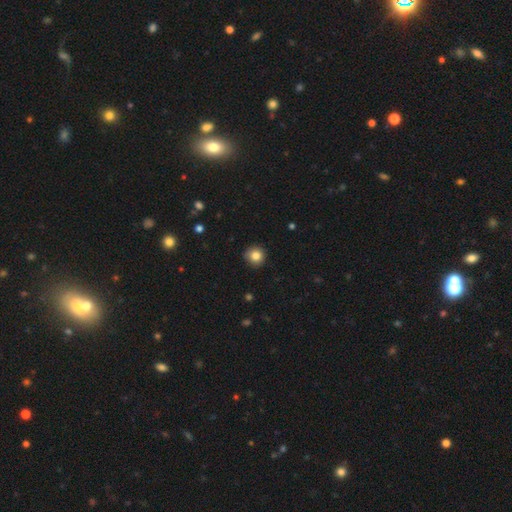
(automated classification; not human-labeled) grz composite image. It shows a smooth galaxy with no disk features (84%) that is round (93%). Merging: none (88%).